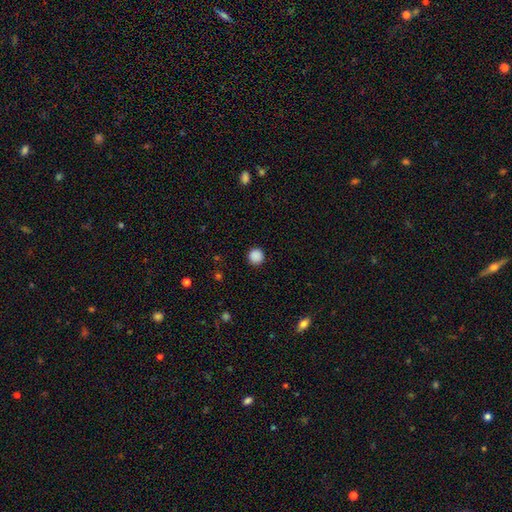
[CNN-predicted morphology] This appears to be a smooth galaxy with no disk features (88%) that is round (95%). Merging: none (91%).